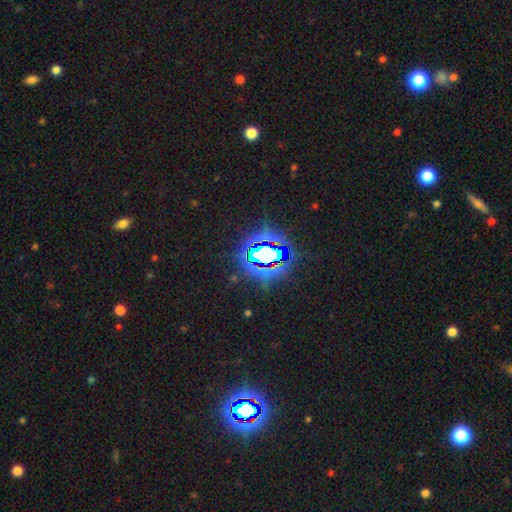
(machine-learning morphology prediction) smooth-or-featured: star or artifact: 82% | smooth: 11% | featured or disk: 8%